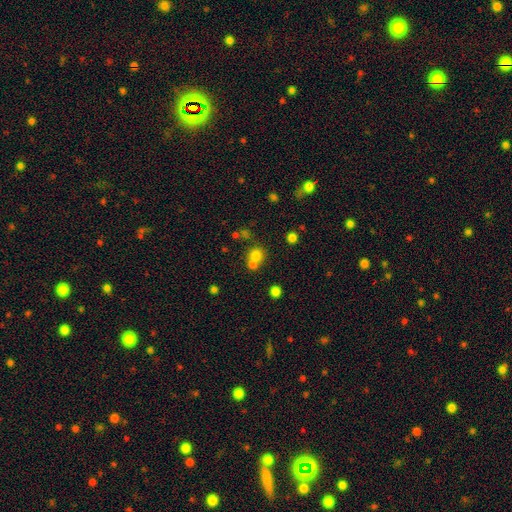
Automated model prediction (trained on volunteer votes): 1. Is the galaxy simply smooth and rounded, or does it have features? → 72% smooth, 17% star or artifact, 11% featured or disk.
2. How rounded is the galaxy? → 85% round, 14% in between, 1% cigar-shaped.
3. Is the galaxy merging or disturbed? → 46% none, 45% merger, 6% minor disturbance, 3% major disturbance.